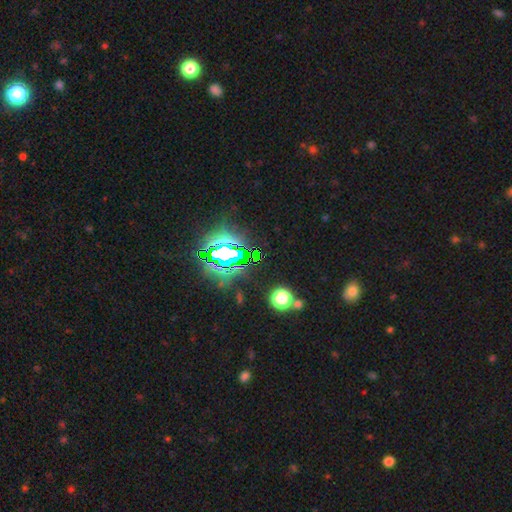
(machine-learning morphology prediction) The model was most divided on "smooth or featured": star or artifact: 79%, smooth: 13%, featured or disk: 8%.